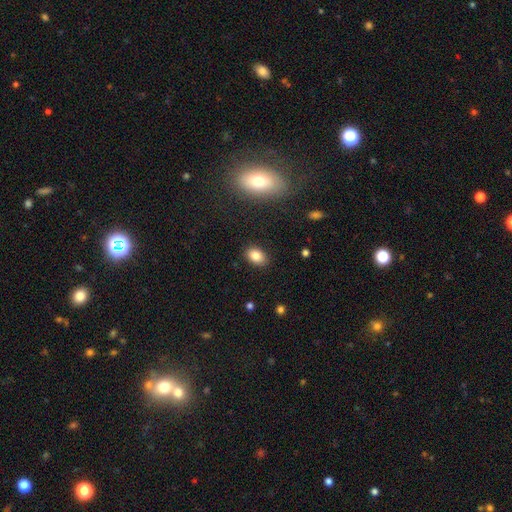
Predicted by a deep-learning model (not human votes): Smooth or featured? Predicted: smooth (p=0.83). How rounded? Predicted: in between (p=0.82). Merging? Predicted: none (p=0.88).